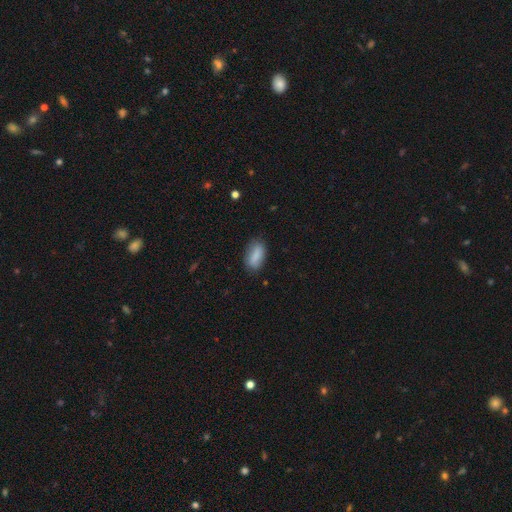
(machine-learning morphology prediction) A smooth galaxy with no disk features (84%) that is in between round and cigar-shaped (86%). Merging: none (79%).